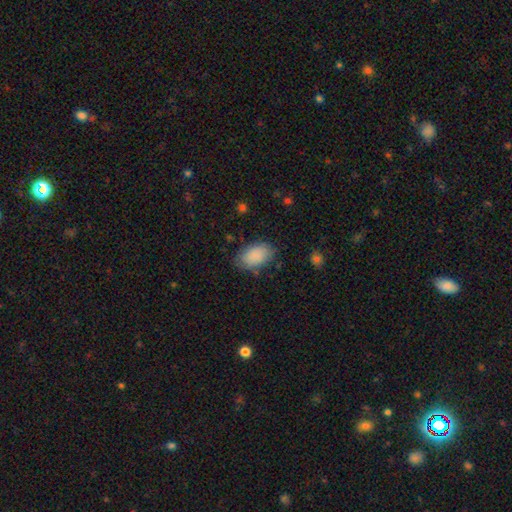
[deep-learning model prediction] Smooth or featured: smooth — 88% (star or artifact — 7%)
How rounded: in between — 92% (round — 7%)
Merging: none — 80% (minor disturbance — 15%)